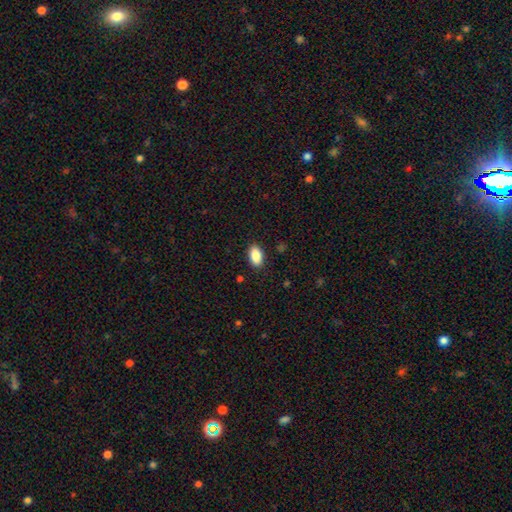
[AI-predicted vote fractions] smooth 89%, star or artifact 7%, featured or disk 4%. Down the decision tree: how rounded — in between (93%); merging — none (89%).